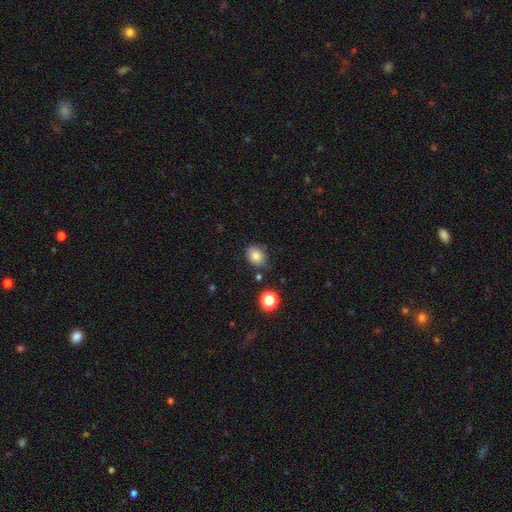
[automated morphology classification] Smooth or featured: smooth — 83% (star or artifact — 11%)
How rounded: in between — 65% (round — 34%)
Merging: none — 77% (minor disturbance — 16%)